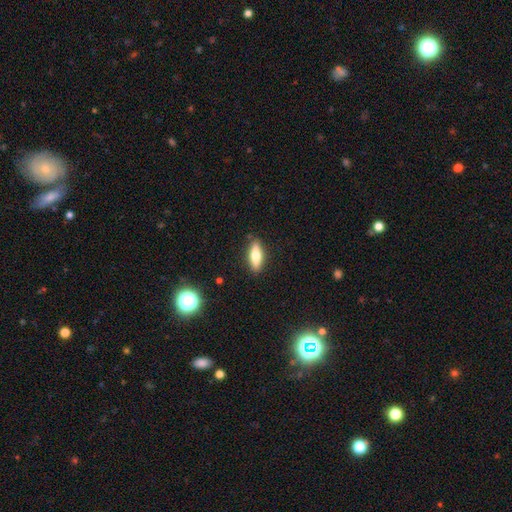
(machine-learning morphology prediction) The model was most divided on "how rounded": in between: 57%, cigar-shaped: 41%, round: 3%. More confident: merging — none (87%); smooth or featured — smooth (68%).